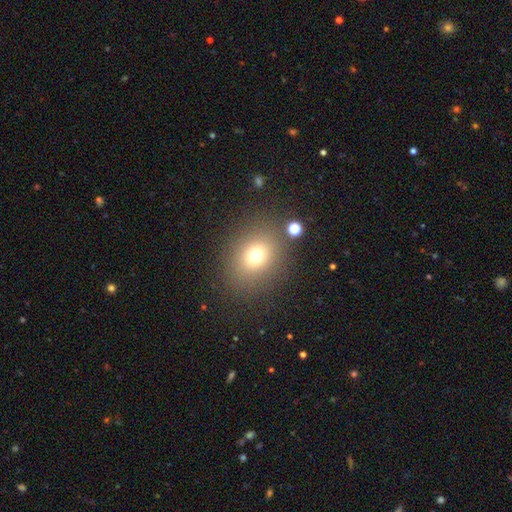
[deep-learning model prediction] smooth-or-featured: smooth: 71% | star or artifact: 18% | featured or disk: 11%
  how-rounded: round: 62% | in between: 37% | cigar-shaped: 1%
  merging: none: 82% | minor disturbance: 9% | major disturbance: 5% | merger: 4%